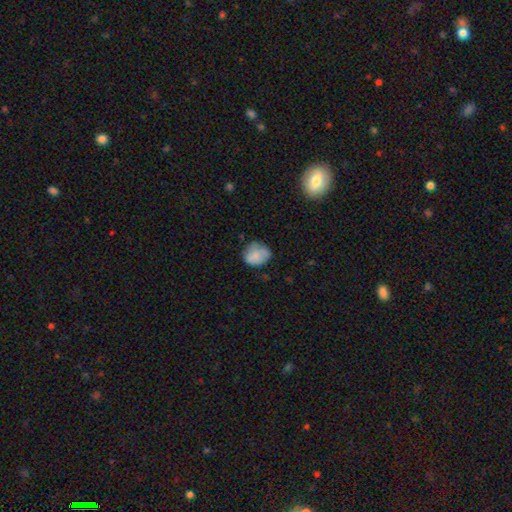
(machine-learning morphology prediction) smooth_or_featured: smooth (p=0.74) [alt: featured or disk p=0.17]
how_rounded: round (p=0.72) [alt: in between p=0.27]
merging: none (p=0.63) [alt: minor disturbance p=0.27]